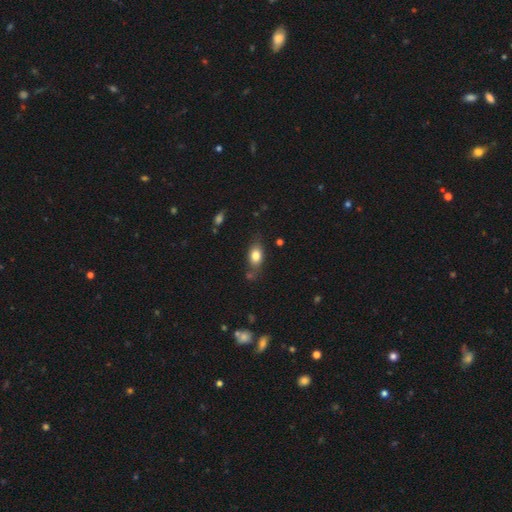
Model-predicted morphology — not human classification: smooth 80%, featured or disk 11%, star or artifact 8%. Down the decision tree: how rounded — in between (83%); merging — none (69%).